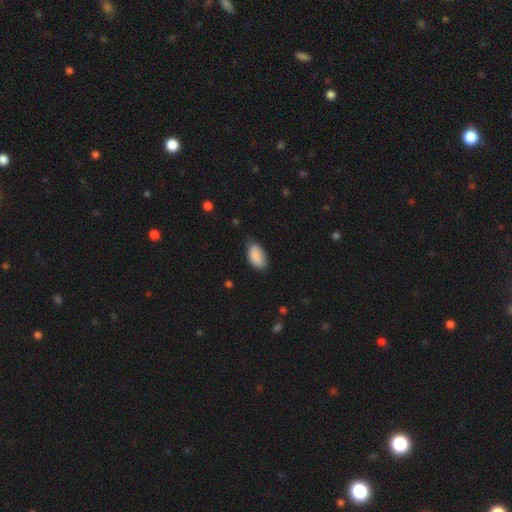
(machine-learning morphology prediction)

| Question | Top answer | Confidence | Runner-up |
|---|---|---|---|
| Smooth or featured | smooth | 89% | star or artifact (6%) |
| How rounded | in between | 95% | round (3%) |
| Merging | none | 60% | minor disturbance (33%) |